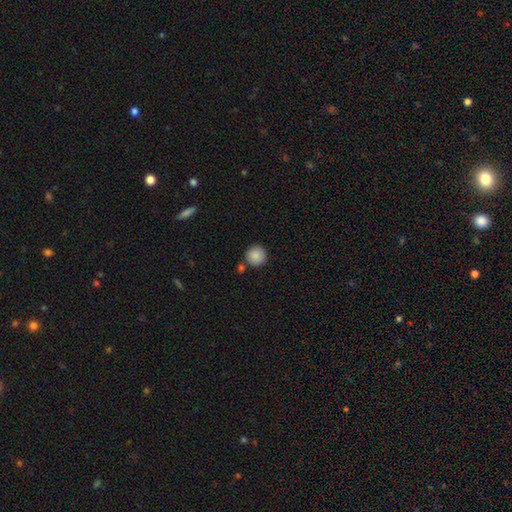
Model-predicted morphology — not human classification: This appears to be a smooth galaxy with no disk features (88%) that is round (95%). Merging: none (82%).